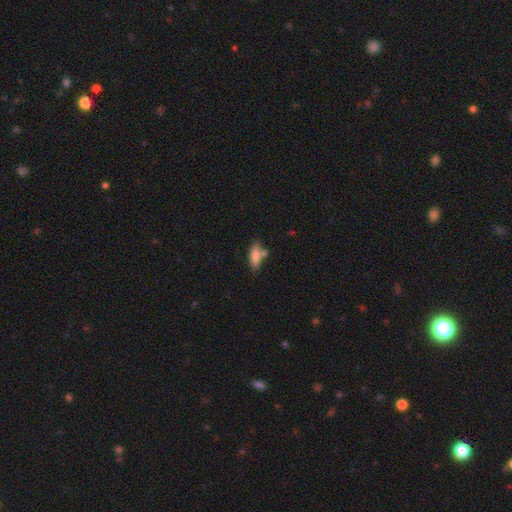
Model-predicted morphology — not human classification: smooth 79%, featured or disk 14%, star or artifact 7%. Down the decision tree: how rounded — in between (63%); merging — none (63%).